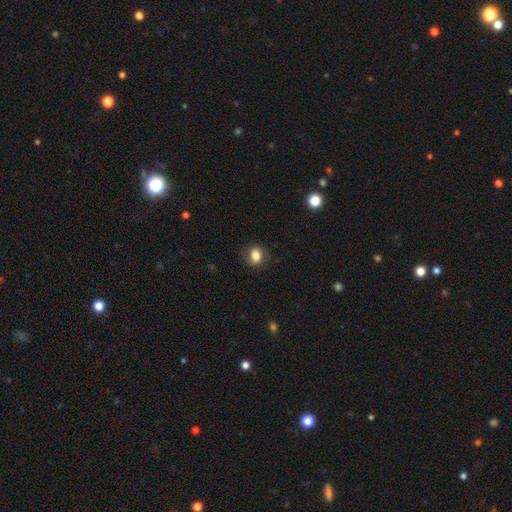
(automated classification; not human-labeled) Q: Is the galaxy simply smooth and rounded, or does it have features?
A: smooth — 83%.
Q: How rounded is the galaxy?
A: round — 54%.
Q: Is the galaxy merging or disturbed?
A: none — 85%.